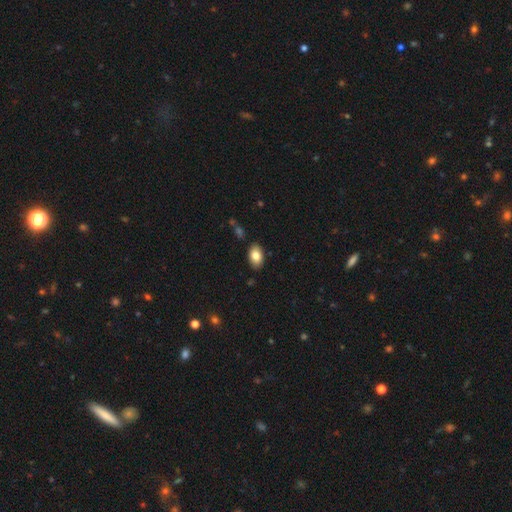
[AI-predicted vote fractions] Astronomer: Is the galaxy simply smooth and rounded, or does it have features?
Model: smooth — 83%.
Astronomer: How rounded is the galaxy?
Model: in between — 90%.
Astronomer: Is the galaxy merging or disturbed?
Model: none — 87%.